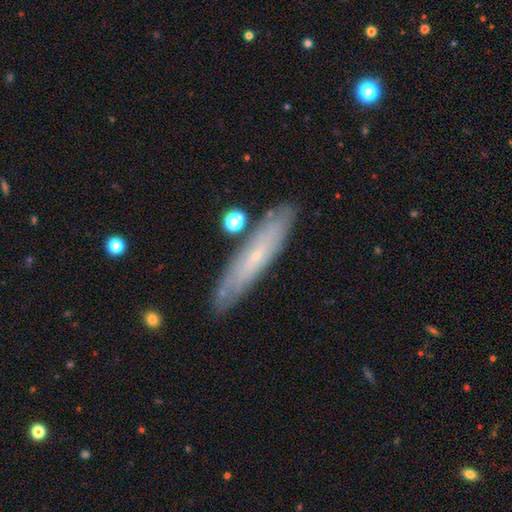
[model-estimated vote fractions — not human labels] Smooth or featured: featured or disk — 49% (smooth — 43%)
Merging: none — 83% (minor disturbance — 12%)